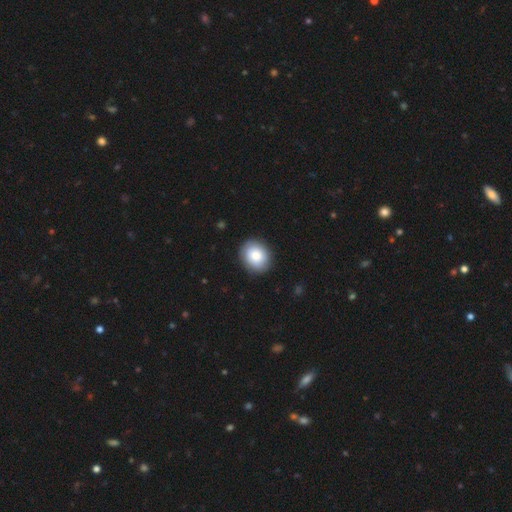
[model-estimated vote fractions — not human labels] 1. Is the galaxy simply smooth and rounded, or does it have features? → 82% smooth, 11% featured or disk, 7% star or artifact.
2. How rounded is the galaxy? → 63% round, 36% in between, 1% cigar-shaped.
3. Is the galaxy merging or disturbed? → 87% none, 9% minor disturbance, 2% major disturbance, 1% merger.